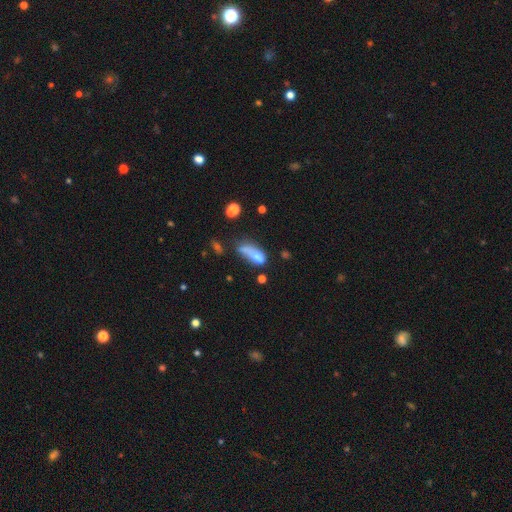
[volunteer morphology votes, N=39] Overall: smooth (54%; featured or disk 36%). How rounded: in between (81%). Merging: major disturbance (43%; merger 29%).